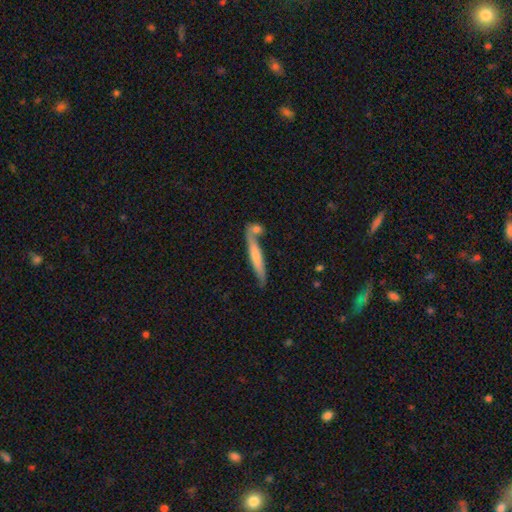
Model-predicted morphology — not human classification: smooth_or_featured: smooth (p=0.54) [alt: featured or disk p=0.40]
how_rounded: cigar-shaped (p=0.92) [alt: in between p=0.07]
merging: none (p=0.62) [alt: merger p=0.19]